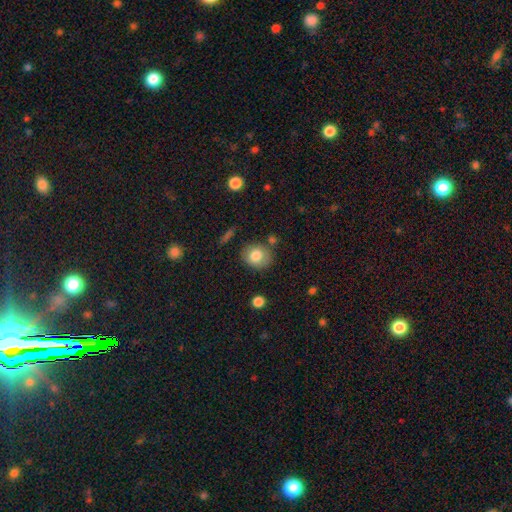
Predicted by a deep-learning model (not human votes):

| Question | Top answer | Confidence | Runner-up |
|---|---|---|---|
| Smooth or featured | smooth | 79% | featured or disk (12%) |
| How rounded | round | 71% | in between (28%) |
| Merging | none | 76% | minor disturbance (14%) |